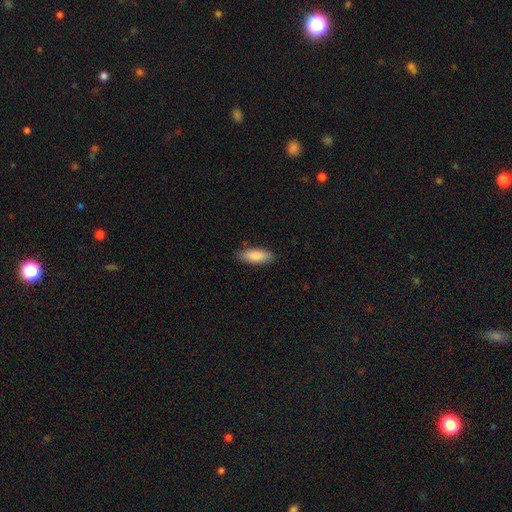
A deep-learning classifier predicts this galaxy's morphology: Q: Smooth or featured?
A: smooth (85%); runner-up: featured or disk (9%)
Q: How rounded?
A: in between (70%); runner-up: cigar-shaped (28%)
Q: Merging?
A: none (86%); runner-up: minor disturbance (11%)